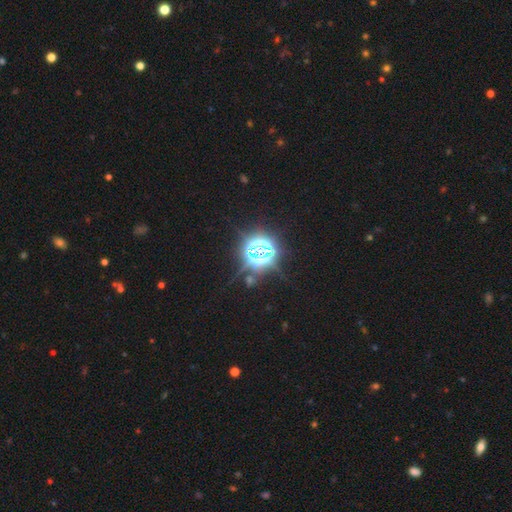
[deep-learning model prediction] smooth_or_featured: star or artifact (p=0.84) [alt: smooth p=0.11]